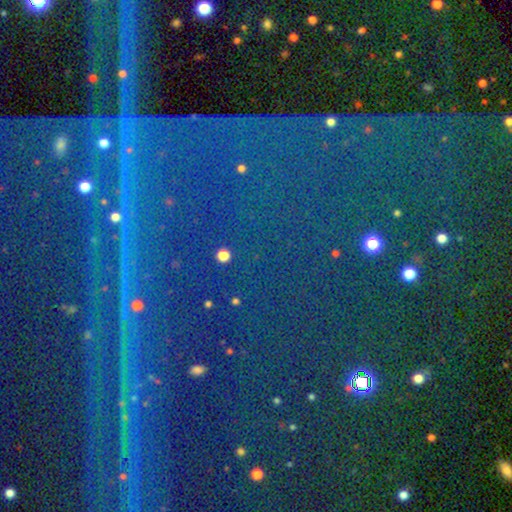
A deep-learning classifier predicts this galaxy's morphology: This appears to be a star or artifact, not a galaxy (86%).